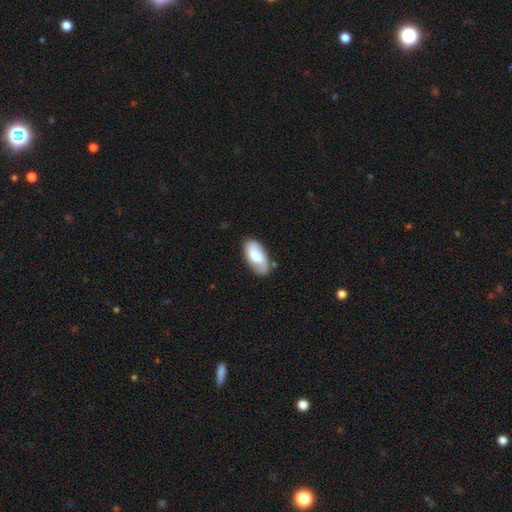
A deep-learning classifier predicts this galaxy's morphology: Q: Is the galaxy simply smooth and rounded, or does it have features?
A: smooth — 53%.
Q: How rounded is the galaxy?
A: in between — 93%.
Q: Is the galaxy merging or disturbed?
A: none — 75%.